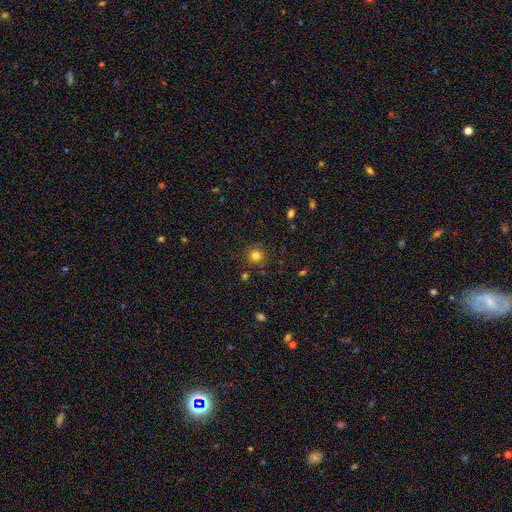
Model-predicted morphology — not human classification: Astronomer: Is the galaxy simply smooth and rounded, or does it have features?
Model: smooth — 78%.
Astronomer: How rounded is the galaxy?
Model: round — 88%.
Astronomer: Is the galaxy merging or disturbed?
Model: none — 84%.